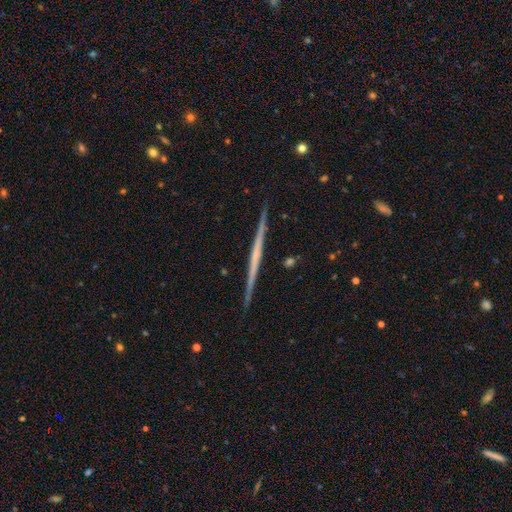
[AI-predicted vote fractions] Overall: featured or disk (70%). Edge-on disk: yes (98%). Edge-on bulge: none (84%). Merging: none (92%).